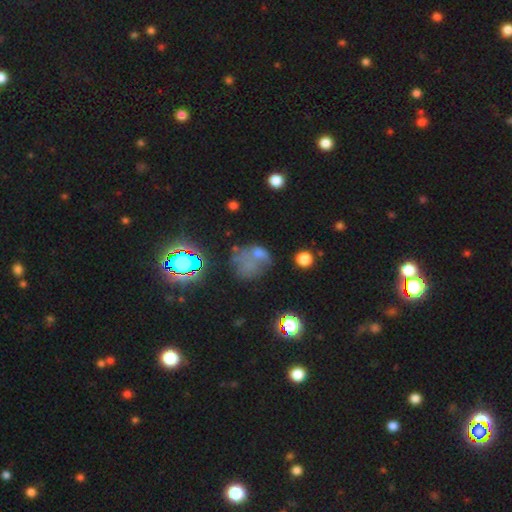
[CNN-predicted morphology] A smooth galaxy with no disk features (48%). Merging: none (36%).